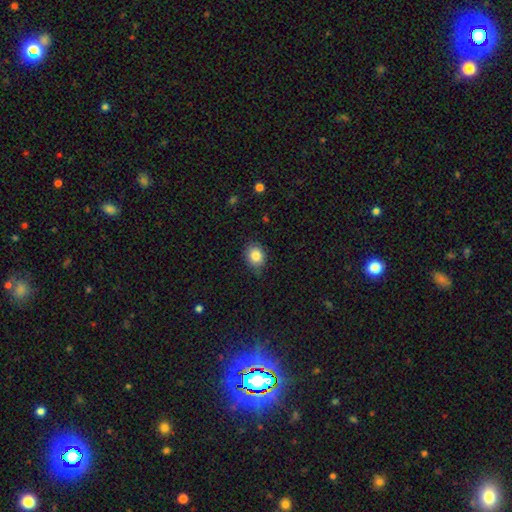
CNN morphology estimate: Overall: smooth (85%). How rounded: round (50%; in between 49%). Merging: none (75%).